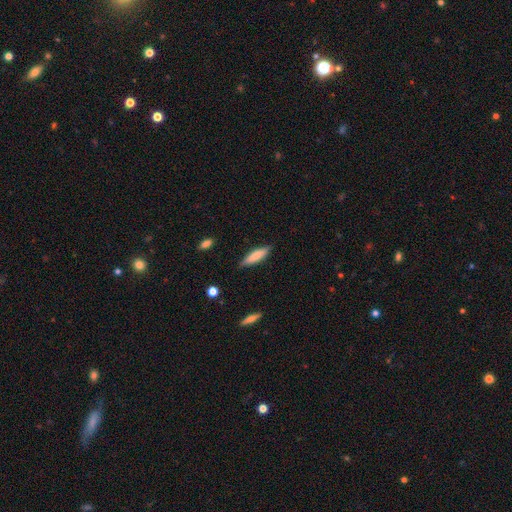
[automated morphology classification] Smooth or featured? Predicted: smooth (p=0.75). How rounded? Predicted: cigar-shaped (p=0.72). Merging? Predicted: none (p=0.84).